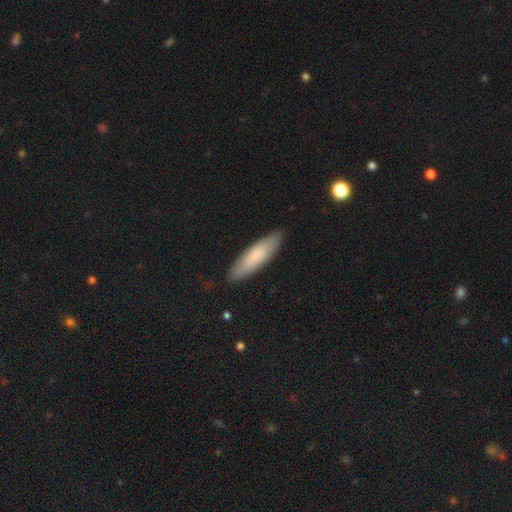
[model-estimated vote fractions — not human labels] Smooth or featured: smooth — 79% (featured or disk — 16%)
How rounded: cigar-shaped — 62% (in between — 37%)
Merging: none — 87% (minor disturbance — 10%)